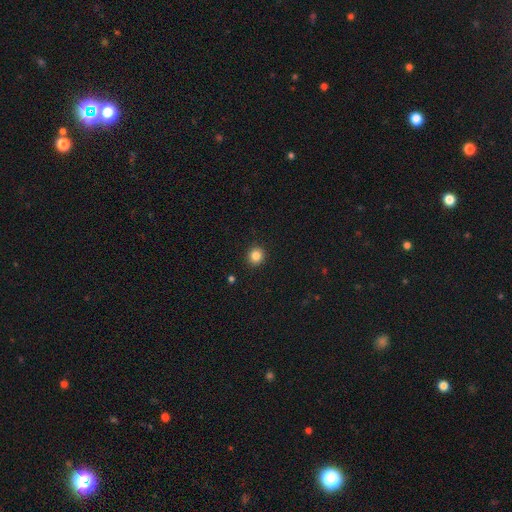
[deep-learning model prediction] smooth_or_featured: smooth (p=0.84) [alt: star or artifact p=0.11]
how_rounded: round (p=0.89) [alt: in between p=0.10]
merging: none (p=0.92) [alt: minor disturbance p=0.05]